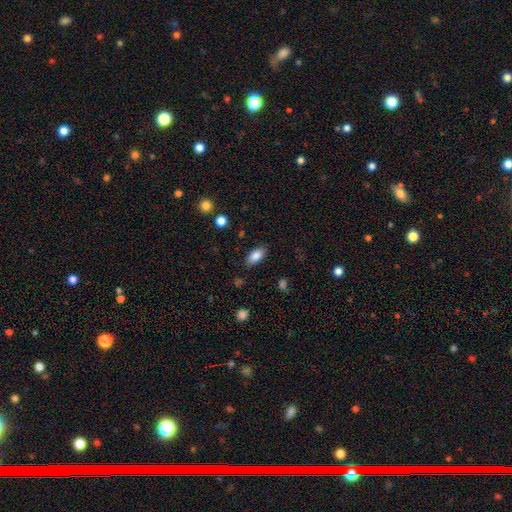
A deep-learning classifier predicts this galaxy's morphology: A smooth galaxy with no disk features (86%) that is in between round and cigar-shaped (90%).

Vote fractions:
- Smooth or featured? smooth: 86% / star or artifact: 8% / featured or disk: 7%
- How rounded? in between: 90% / cigar-shaped: 7% / round: 3%
- Merging? none: 84% / minor disturbance: 11% / major disturbance: 3% / merger: 1%